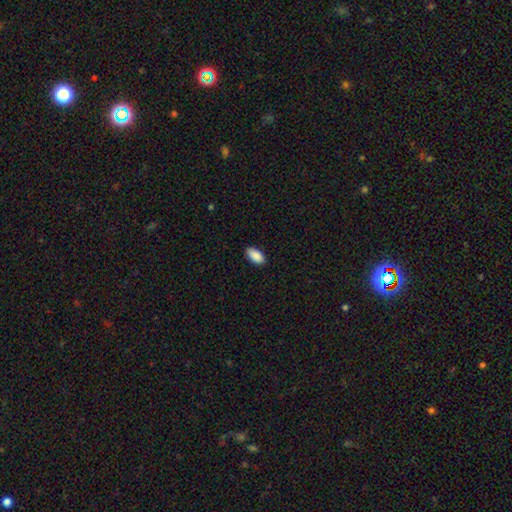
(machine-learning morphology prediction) Smooth or featured? smooth (90%)
How rounded? in between (94%)
Merging? none (87%)